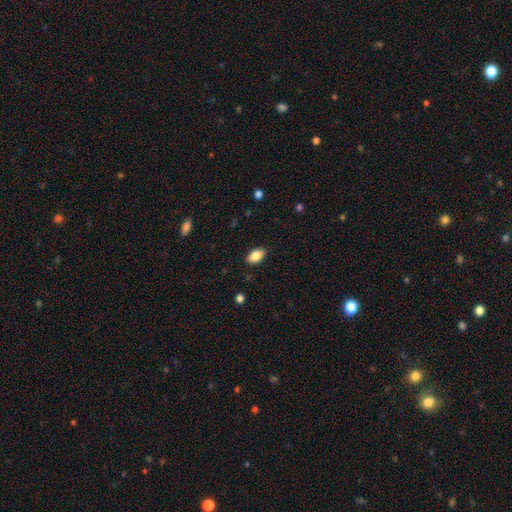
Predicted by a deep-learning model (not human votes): Q: Smooth or featured?
A: smooth (85%); runner-up: featured or disk (7%)
Q: How rounded?
A: in between (92%); runner-up: round (6%)
Q: Merging?
A: none (87%); runner-up: minor disturbance (10%)